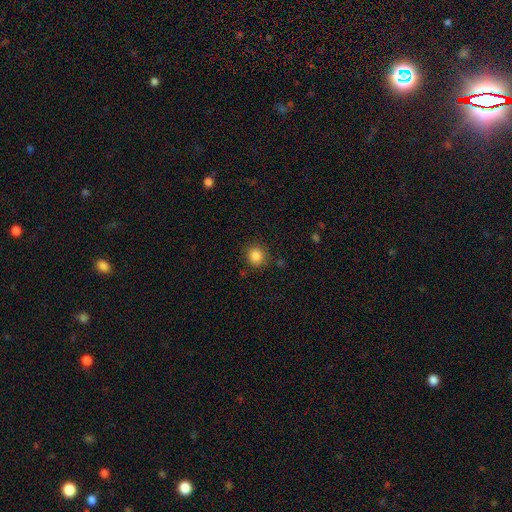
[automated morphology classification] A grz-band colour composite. It shows a smooth galaxy with no disk features (85%) that is round (87%). Merging: none (86%).